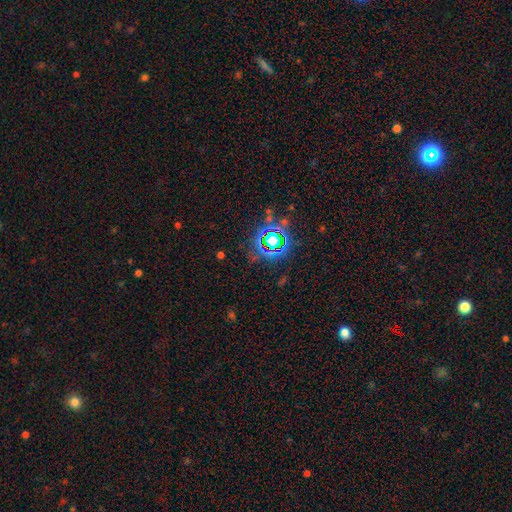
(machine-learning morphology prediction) star or artifact 58%, smooth 30%, featured or disk 12%.